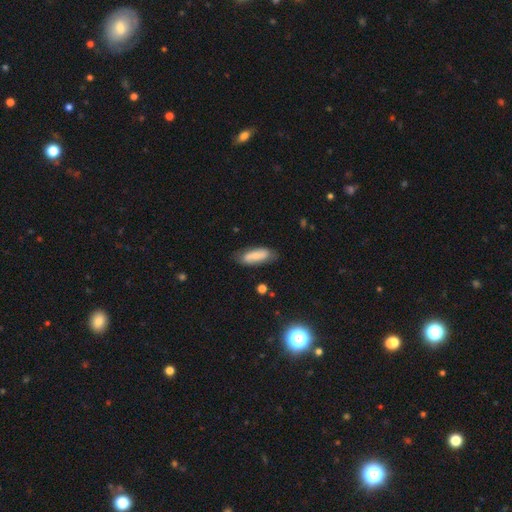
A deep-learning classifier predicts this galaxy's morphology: type=smooth (64%); roundness=in between (70%); merging=none (73%).